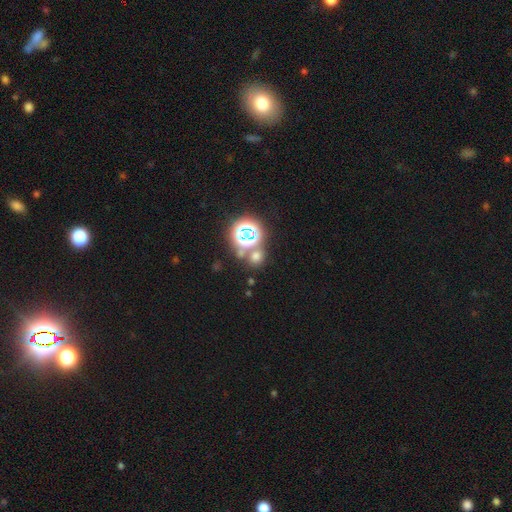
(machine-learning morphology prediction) Smooth or featured: smooth — 51% (star or artifact — 41%)
How rounded: round — 79% (in between — 19%)
Merging: none — 68% (merger — 20%)